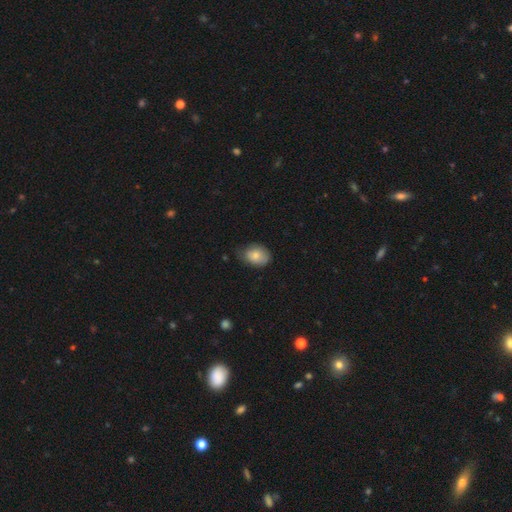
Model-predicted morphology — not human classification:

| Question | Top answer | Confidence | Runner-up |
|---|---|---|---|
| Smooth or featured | smooth | 81% | featured or disk (12%) |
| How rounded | in between | 74% | round (24%) |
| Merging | none | 57% | minor disturbance (35%) |